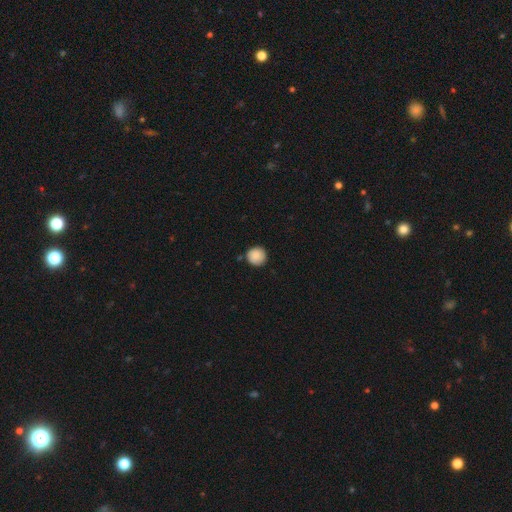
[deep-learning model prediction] A smooth galaxy with no disk features (86%) that is round (95%). Merging: none (86%).